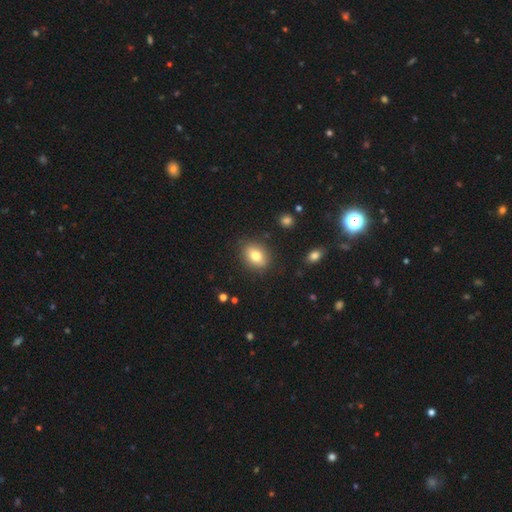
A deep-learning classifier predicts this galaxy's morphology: Smooth or featured?
  - smooth: 75% *
  - featured or disk: 16%
  - star or artifact: 9%
How rounded?
  - in between: 70% *
  - round: 28%
  - cigar-shaped: 2%
Merging?
  - none: 85% *
  - minor disturbance: 10%
  - major disturbance: 3%
  - merger: 2%